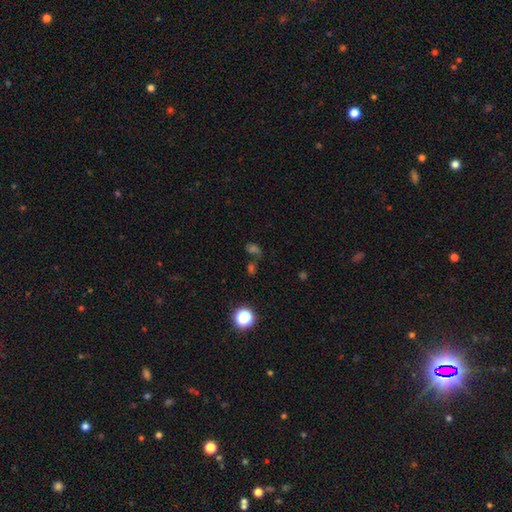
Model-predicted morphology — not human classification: smooth-or-featured: star or artifact: 63% | smooth: 26% | featured or disk: 12%